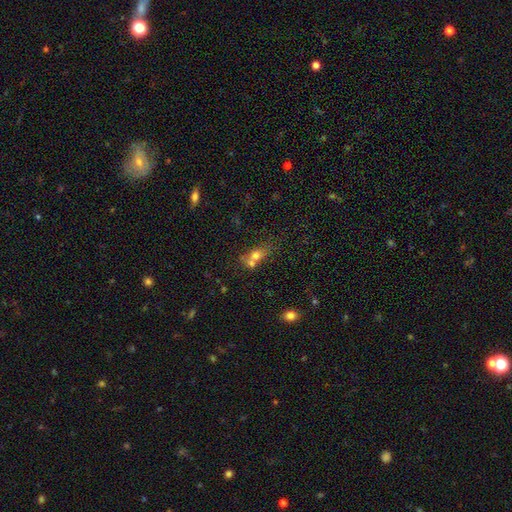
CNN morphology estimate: This is likely a smooth galaxy (68%). How rounded: possibly in between (50%). Merging: possibly merger (57%).